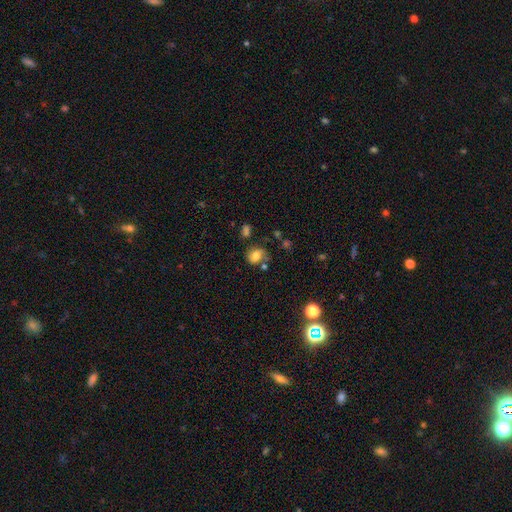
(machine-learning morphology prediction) Smooth or featured? Predicted: smooth (p=0.69). How rounded? Predicted: round (p=0.55). Merging? Predicted: none (p=0.59).